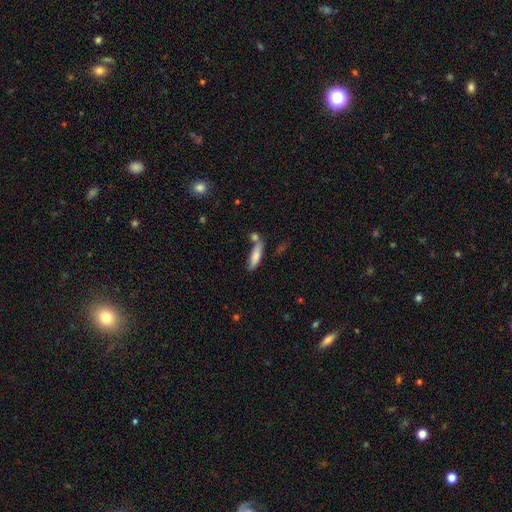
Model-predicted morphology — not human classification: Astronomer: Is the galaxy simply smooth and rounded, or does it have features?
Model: smooth — 78%.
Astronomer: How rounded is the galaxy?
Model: cigar-shaped — 62%.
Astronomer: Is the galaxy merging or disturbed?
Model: none — 57%.